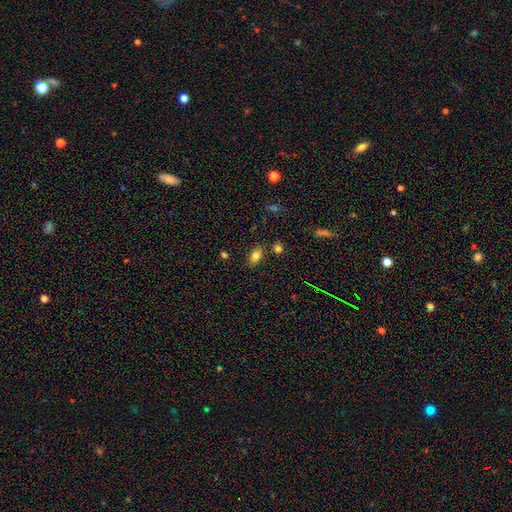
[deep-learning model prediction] smooth-or-featured: smooth: 79% | featured or disk: 11% | star or artifact: 10%
  how-rounded: in between: 86% | round: 9% | cigar-shaped: 5%
  merging: none: 80% | minor disturbance: 12% | merger: 5% | major disturbance: 3%